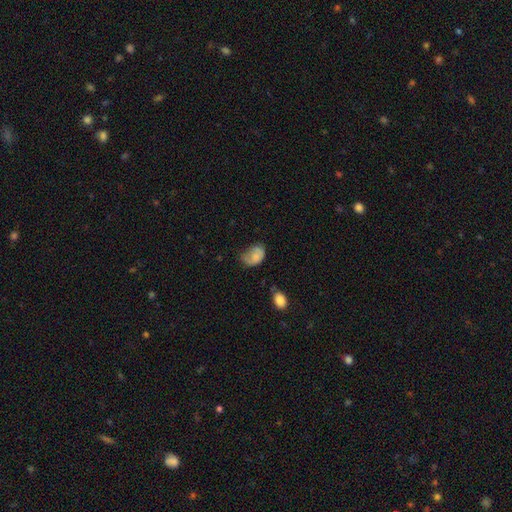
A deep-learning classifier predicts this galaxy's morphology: Smooth or featured?
  - smooth: 72% *
  - featured or disk: 19%
  - star or artifact: 9%
How rounded?
  - in between: 78% *
  - round: 20%
  - cigar-shaped: 1%
Merging?
  - minor disturbance: 38% *
  - none: 34%
  - major disturbance: 25%
  - merger: 3%